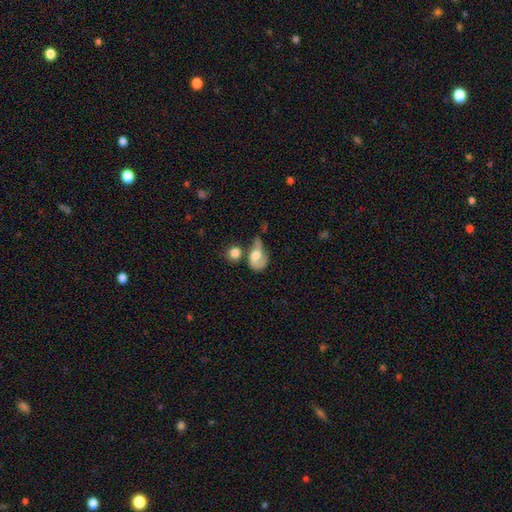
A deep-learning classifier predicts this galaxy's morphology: Overall: smooth (51%; featured or disk 41%). How rounded: in between (69%; round 29%). Merging: major disturbance (32%; merger 28%).